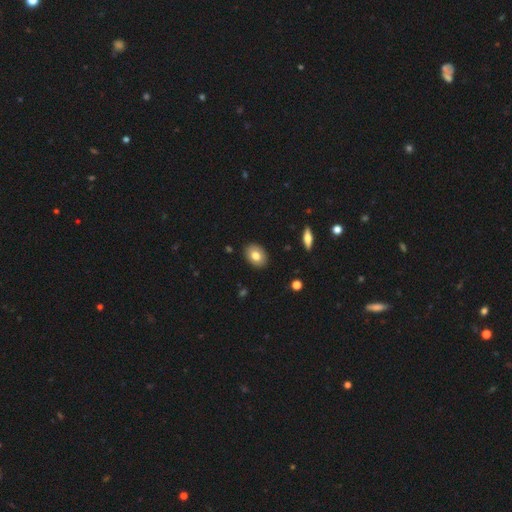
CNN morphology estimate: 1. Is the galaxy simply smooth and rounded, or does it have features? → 78% smooth, 15% featured or disk, 8% star or artifact.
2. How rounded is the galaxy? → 75% in between, 23% round, 1% cigar-shaped.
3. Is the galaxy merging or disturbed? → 89% none, 8% minor disturbance, 2% major disturbance, 1% merger.